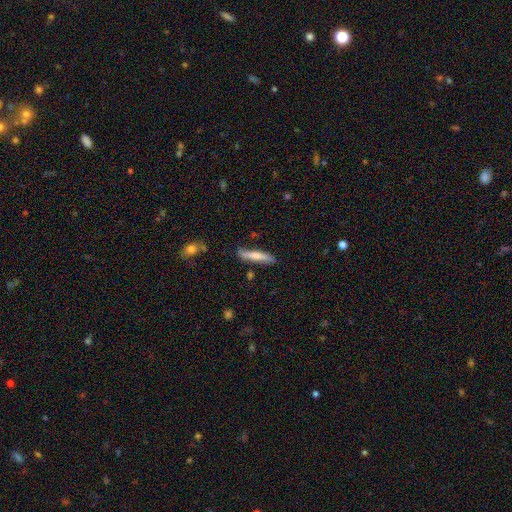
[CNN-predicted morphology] smooth-or-featured: smooth: 68% | featured or disk: 27% | star or artifact: 6%
  how-rounded: cigar-shaped: 91% | in between: 8% | round: 1%
  merging: none: 78% | minor disturbance: 16% | major disturbance: 3% | merger: 3%